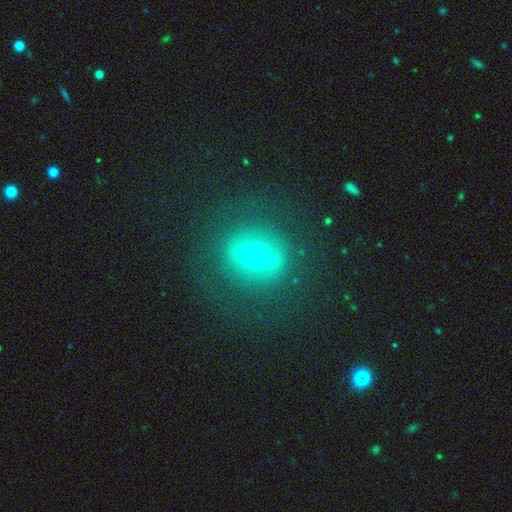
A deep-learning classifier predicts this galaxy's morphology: Smooth or featured?
  - smooth: 57% *
  - featured or disk: 25%
  - star or artifact: 18%
How rounded?
  - round: 88% *
  - in between: 11%
  - cigar-shaped: 1%
Merging?
  - none: 81% *
  - minor disturbance: 11%
  - major disturbance: 7%
  - merger: 1%